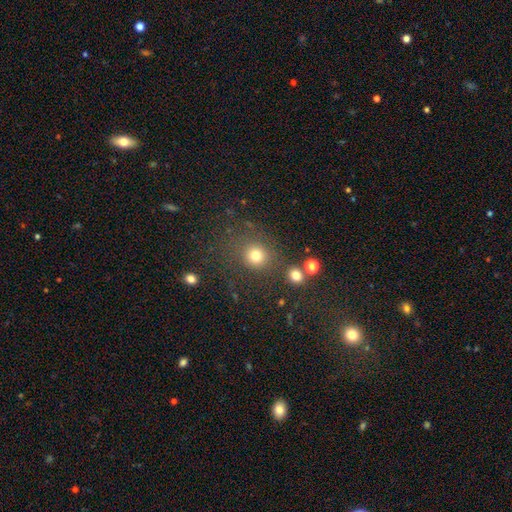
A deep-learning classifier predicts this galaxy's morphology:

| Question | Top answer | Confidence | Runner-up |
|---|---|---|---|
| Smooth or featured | smooth | 78% | star or artifact (15%) |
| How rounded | round | 86% | in between (13%) |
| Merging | none | 74% | minor disturbance (11%) |